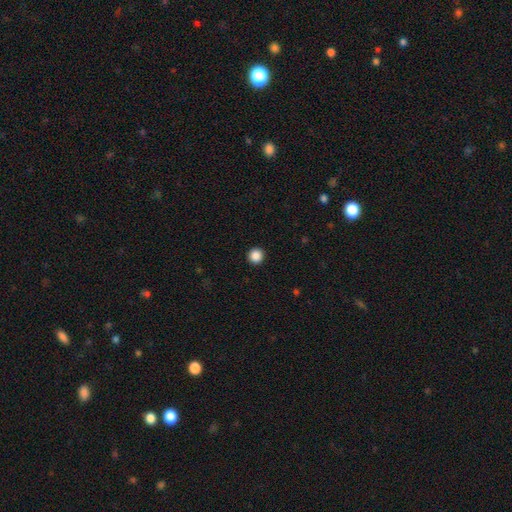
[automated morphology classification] smooth_or_featured: smooth (p=0.87) [alt: star or artifact p=0.10]
how_rounded: round (p=0.95) [alt: in between p=0.04]
merging: none (p=0.94) [alt: minor disturbance p=0.04]